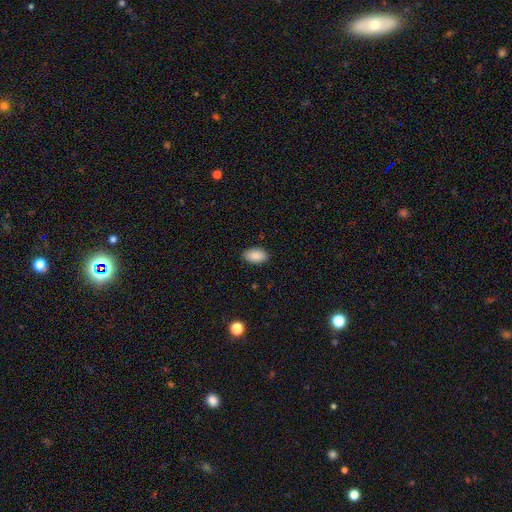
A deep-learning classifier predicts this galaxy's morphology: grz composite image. It shows a smooth galaxy with no disk features (89%) that is in between round and cigar-shaped (94%). Merging: none (88%).